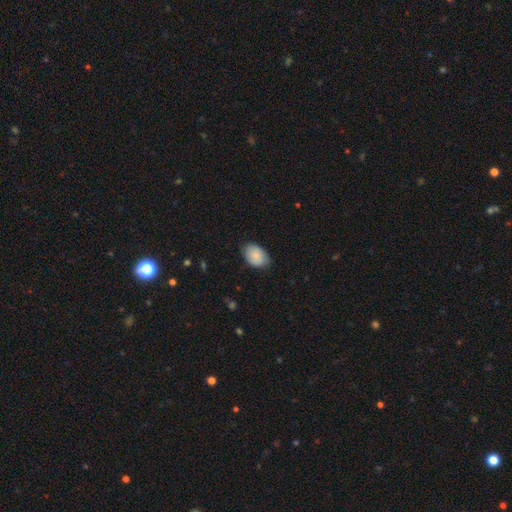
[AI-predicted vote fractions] A smooth galaxy with no disk features (84%) that is in between round and cigar-shaped (83%). Merging: none (77%).